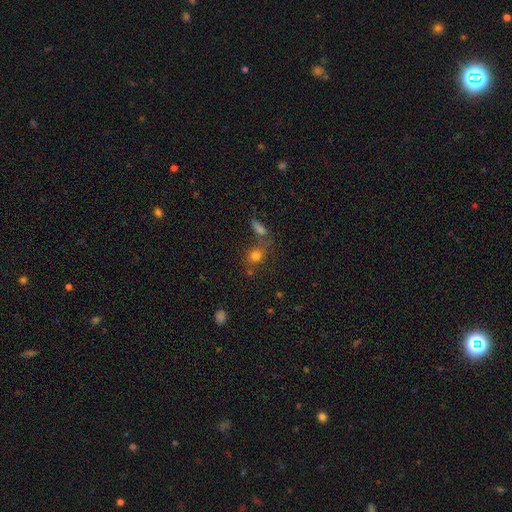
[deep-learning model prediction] Morphology: type=smooth (76%); roundness=round (69%); merging=none (57%).